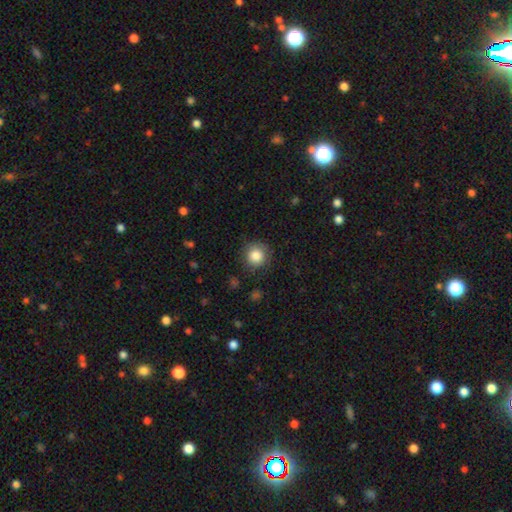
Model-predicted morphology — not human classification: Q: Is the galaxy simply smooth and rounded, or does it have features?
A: smooth — 84%.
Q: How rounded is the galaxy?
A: round — 94%.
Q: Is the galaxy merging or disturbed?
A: none — 84%.